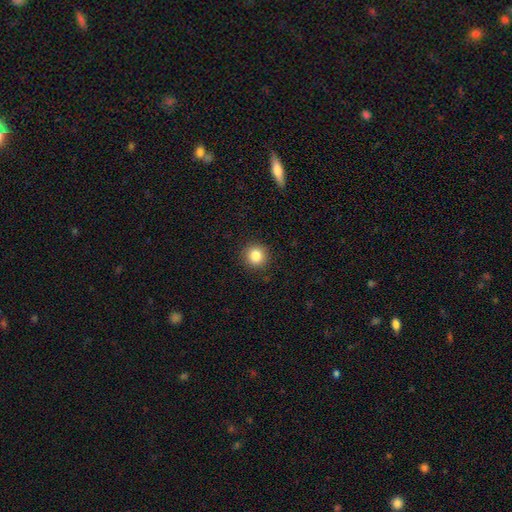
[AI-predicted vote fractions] Q: Smooth or featured?
A: smooth (84%); runner-up: star or artifact (11%)
Q: How rounded?
A: round (94%); runner-up: in between (5%)
Q: Merging?
A: none (92%); runner-up: minor disturbance (5%)